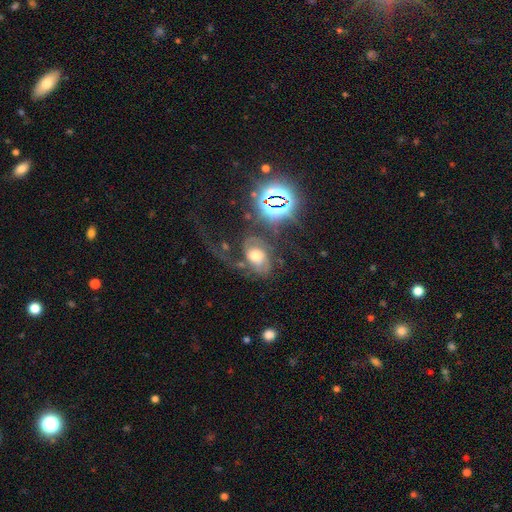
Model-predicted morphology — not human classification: Smooth or featured? Predicted: featured or disk (p=0.59). Edge-on disk? Predicted: no (p=0.94). Bar? Predicted: no (p=0.71). Spiral arms? Predicted: yes (p=0.81). Bulge size? Predicted: moderate (p=0.58). Merging? Predicted: major disturbance (p=0.42).